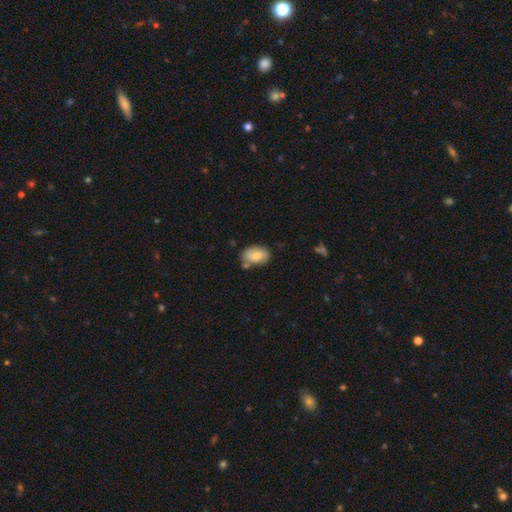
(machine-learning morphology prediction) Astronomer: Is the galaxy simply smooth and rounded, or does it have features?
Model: smooth — 76%.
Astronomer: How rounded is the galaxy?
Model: in between — 86%.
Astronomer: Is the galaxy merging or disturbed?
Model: none — 65%.